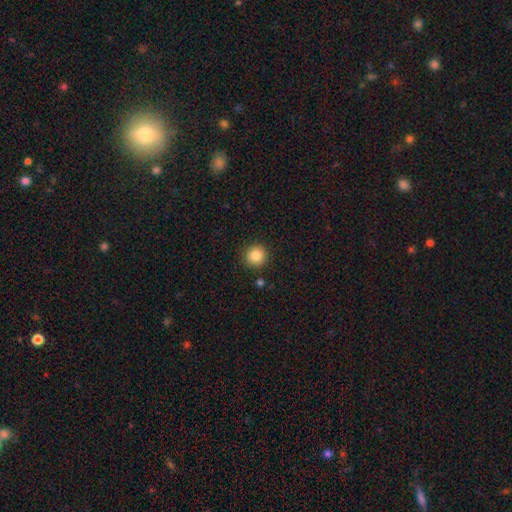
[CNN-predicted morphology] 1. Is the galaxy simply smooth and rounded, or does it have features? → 86% smooth, 10% star or artifact, 4% featured or disk.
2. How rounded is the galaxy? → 95% round, 4% in between, 1% cigar-shaped.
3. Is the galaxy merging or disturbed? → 90% none, 6% minor disturbance, 2% major disturbance, 2% merger.